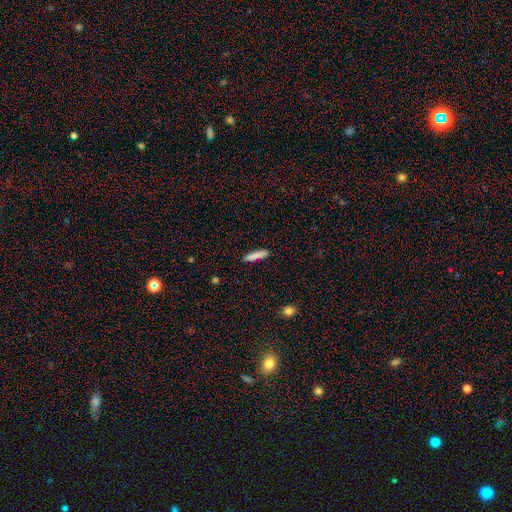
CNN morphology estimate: smooth 86%, featured or disk 8%, star or artifact 6%. Down the decision tree: how rounded — cigar-shaped (87%); merging — none (91%).